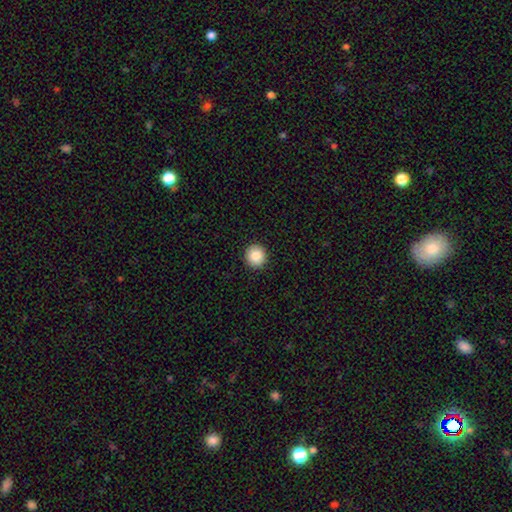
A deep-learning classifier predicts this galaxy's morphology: Smooth or featured? smooth (85%)
How rounded? round (92%)
Merging? none (93%)